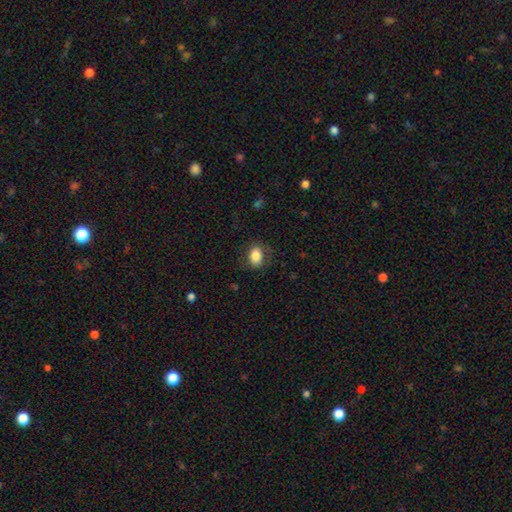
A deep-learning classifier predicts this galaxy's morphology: A smooth galaxy with no disk features (84%) that is in between round and cigar-shaped (79%).

Vote fractions:
- Smooth or featured? smooth: 84% / star or artifact: 8% / featured or disk: 8%
- How rounded? in between: 79% / round: 19% / cigar-shaped: 2%
- Merging? none: 80% / minor disturbance: 14% / major disturbance: 5% / merger: 1%